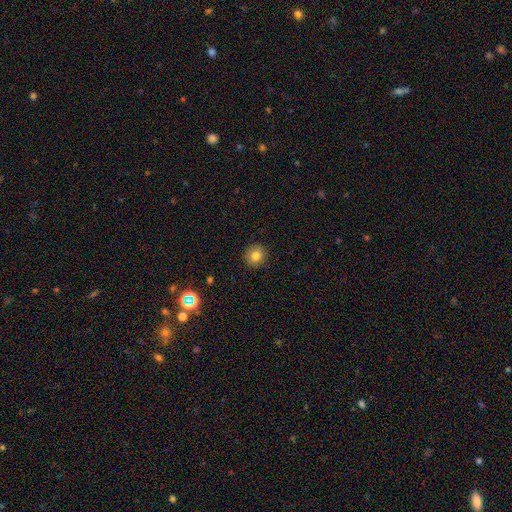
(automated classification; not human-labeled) Smooth or featured? smooth (80%)
How rounded? round (92%)
Merging? none (91%)